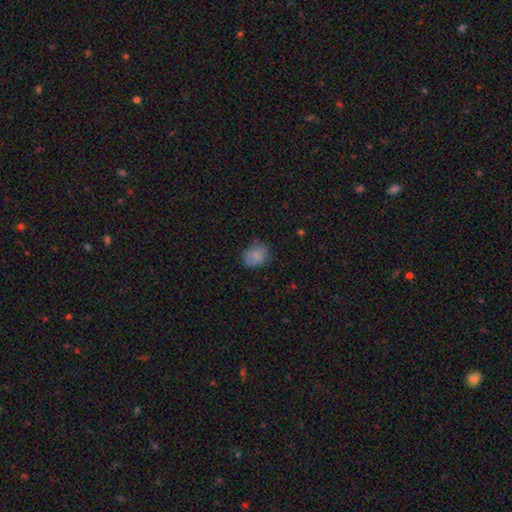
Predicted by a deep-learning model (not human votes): This appears to be a smooth galaxy with no disk features (84%) that is round (55%). Merging: none (74%).